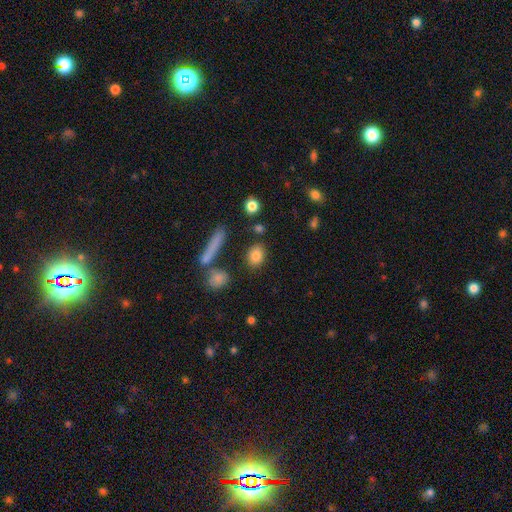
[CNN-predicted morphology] A smooth galaxy with no disk features (83%) that is in between round and cigar-shaped (51%). Merging: none (82%).